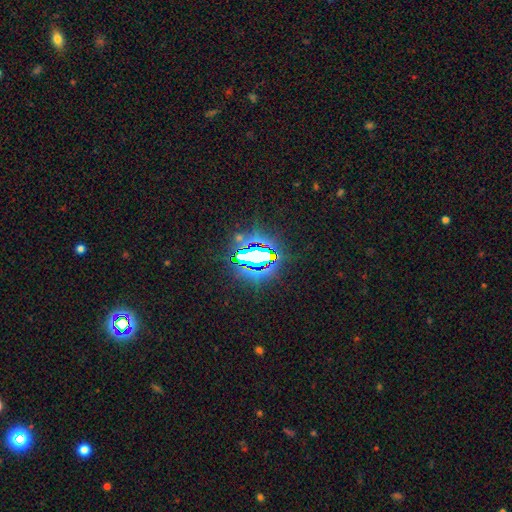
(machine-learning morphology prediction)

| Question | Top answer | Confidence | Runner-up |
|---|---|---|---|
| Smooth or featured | star or artifact | 73% | smooth (16%) |